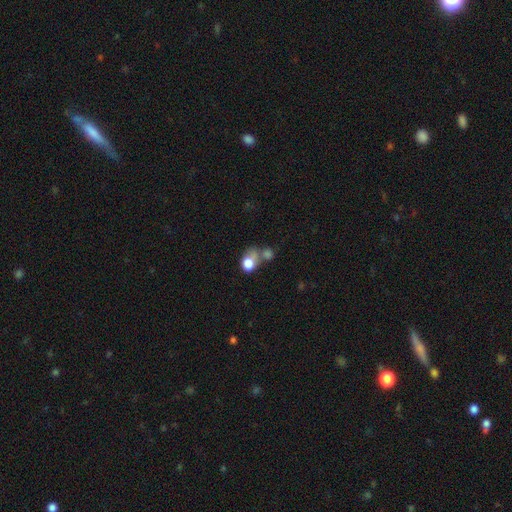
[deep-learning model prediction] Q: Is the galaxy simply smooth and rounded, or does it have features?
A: smooth — 63%.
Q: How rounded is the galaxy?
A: round — 52%.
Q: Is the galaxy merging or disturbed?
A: merger — 42%.